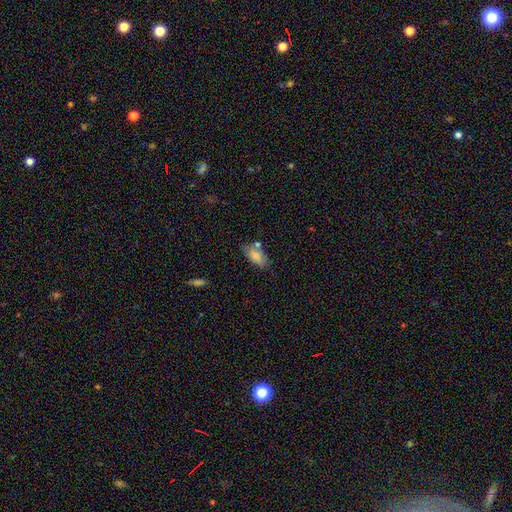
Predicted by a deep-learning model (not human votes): Smooth or featured? Predicted: smooth (p=0.83). How rounded? Predicted: in between (p=0.90). Merging? Predicted: none (p=0.64).